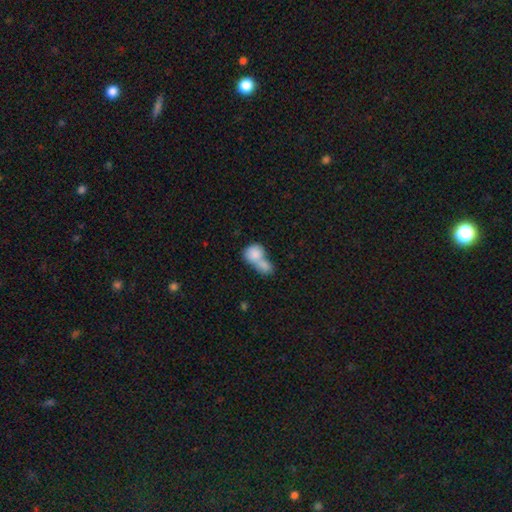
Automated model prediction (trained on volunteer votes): Morphology: type=smooth (81%); roundness=round (55%); merging=merger (73%).